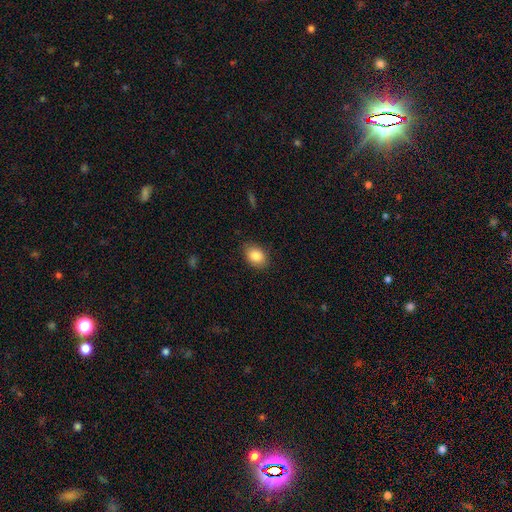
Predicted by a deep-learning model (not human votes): smooth-or-featured: smooth: 86% | star or artifact: 8% | featured or disk: 6%
  how-rounded: in between: 74% | round: 25% | cigar-shaped: 1%
  merging: none: 84% | minor disturbance: 12% | major disturbance: 3% | merger: 1%